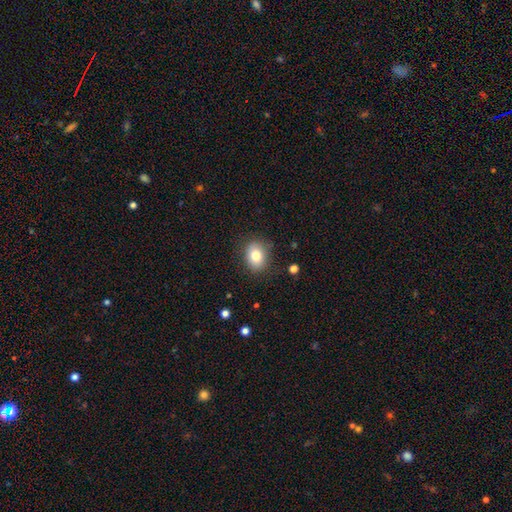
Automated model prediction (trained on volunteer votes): smooth-or-featured: smooth: 79% | featured or disk: 11% | star or artifact: 9%
  how-rounded: in between: 54% | round: 45% | cigar-shaped: 1%
  merging: none: 83% | minor disturbance: 13% | major disturbance: 4% | merger: 1%